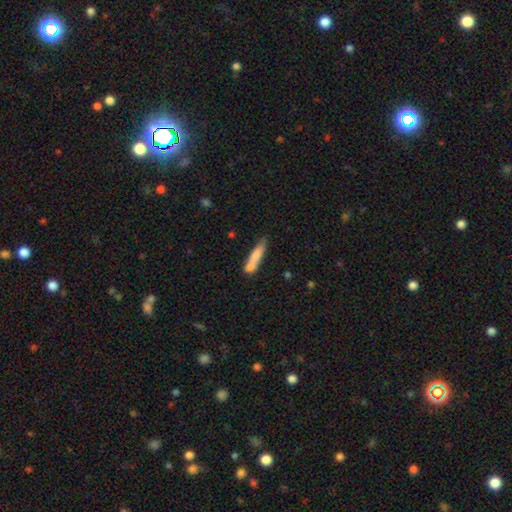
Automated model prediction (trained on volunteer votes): Morphology: type=smooth (74%); roundness=cigar-shaped (85%); merging=none (55%).